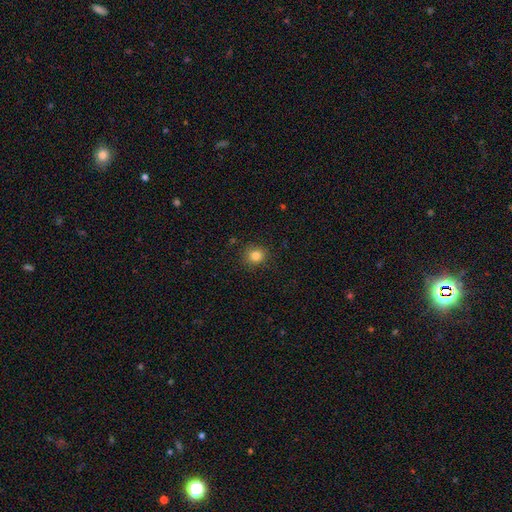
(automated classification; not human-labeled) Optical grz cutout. It shows a smooth galaxy with no disk features (84%) that is round (84%). Merging: none (87%).